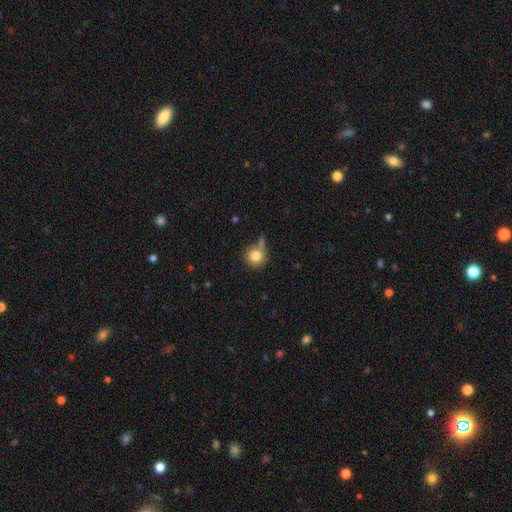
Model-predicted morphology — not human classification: smooth_or_featured: smooth (p=0.80) [alt: featured or disk p=0.10]
how_rounded: round (p=0.91) [alt: in between p=0.08]
merging: none (p=0.58) [alt: minor disturbance p=0.19]